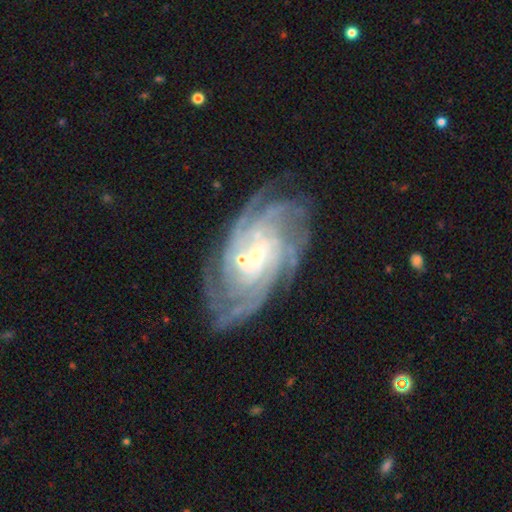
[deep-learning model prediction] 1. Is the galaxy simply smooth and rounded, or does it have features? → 90% featured or disk, 6% star or artifact, 5% smooth.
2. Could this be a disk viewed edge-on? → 96% no, 4% yes.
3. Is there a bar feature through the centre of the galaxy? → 62% no, 28% weak, 10% strong.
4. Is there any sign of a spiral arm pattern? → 98% yes, 2% no.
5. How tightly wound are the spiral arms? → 74% tight, 22% medium, 5% loose.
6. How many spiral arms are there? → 29% 4, 27% more than 4, 20% can't tell, 11% 3, 8% 2, 6% 1.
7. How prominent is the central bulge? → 75% small, 20% moderate, 2% large, 2% none, 1% dominant.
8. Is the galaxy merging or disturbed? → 74% none, 15% minor disturbance, 6% major disturbance, 4% merger.